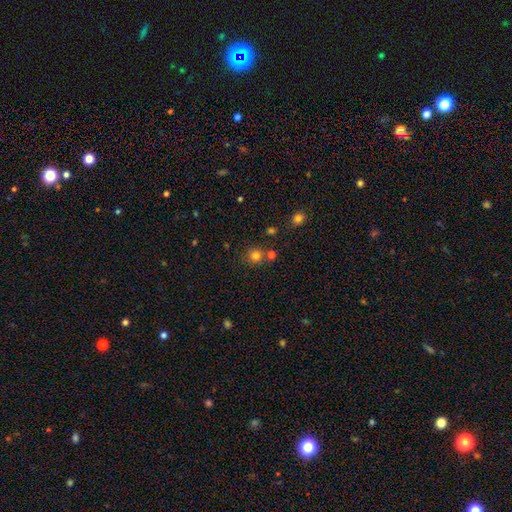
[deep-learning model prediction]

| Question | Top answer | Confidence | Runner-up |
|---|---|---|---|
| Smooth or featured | smooth | 78% | star or artifact (16%) |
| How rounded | round | 90% | in between (9%) |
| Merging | none | 76% | merger (13%) |